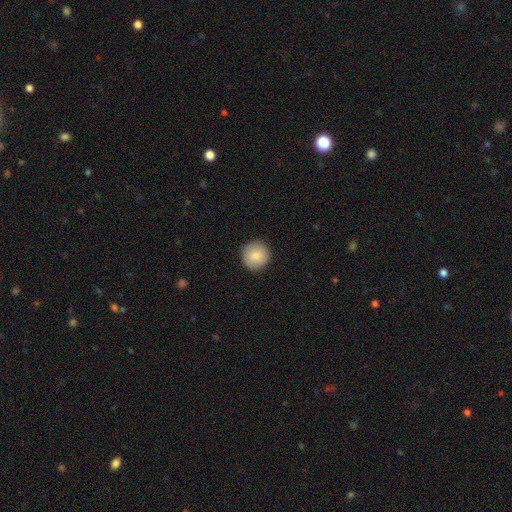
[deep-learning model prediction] smooth_or_featured: smooth (p=0.86) [alt: star or artifact p=0.07]
how_rounded: round (p=0.94) [alt: in between p=0.05]
merging: none (p=0.91) [alt: minor disturbance p=0.06]